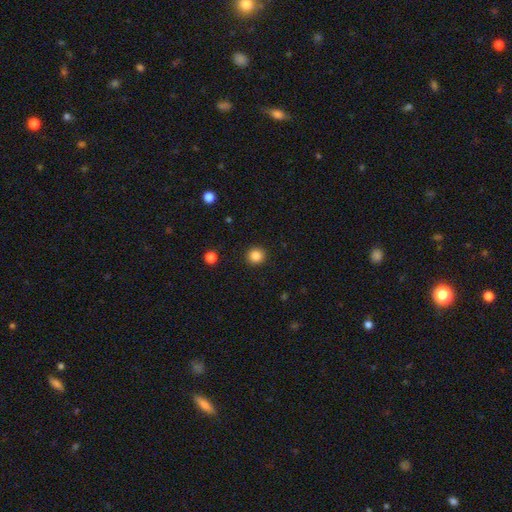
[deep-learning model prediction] smooth 85%, star or artifact 11%, featured or disk 4%. Down the decision tree: how rounded — round (93%); merging — none (92%).